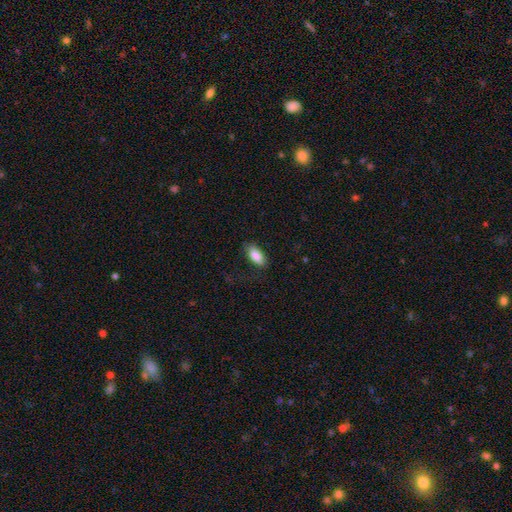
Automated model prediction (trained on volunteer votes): This appears to be a smooth galaxy with no disk features (86%) that is in between round and cigar-shaped (87%). Merging: none (78%).